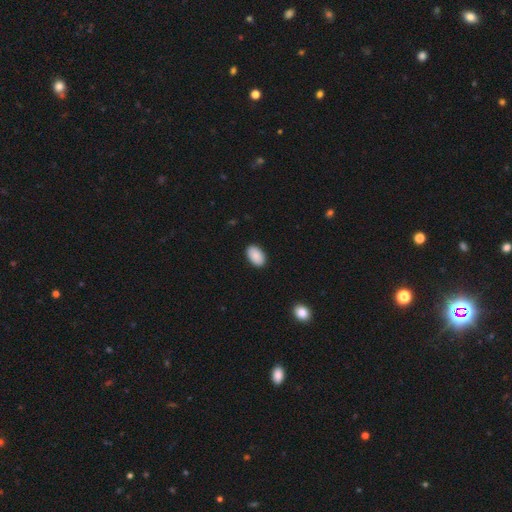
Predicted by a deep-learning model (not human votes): The model was most divided on "merging": none: 90%, minor disturbance: 7%, major disturbance: 2%, merger: 1%. More confident: how rounded — in between (93%); smooth or featured — smooth (90%).